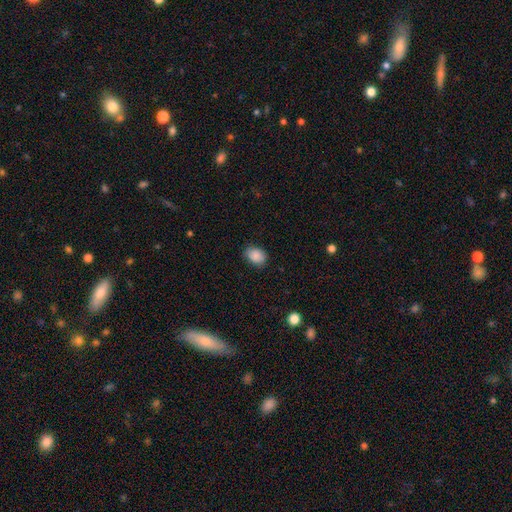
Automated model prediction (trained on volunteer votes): Smooth or featured? Predicted: smooth (p=0.89). How rounded? Predicted: in between (p=0.70). Merging? Predicted: none (p=0.79).